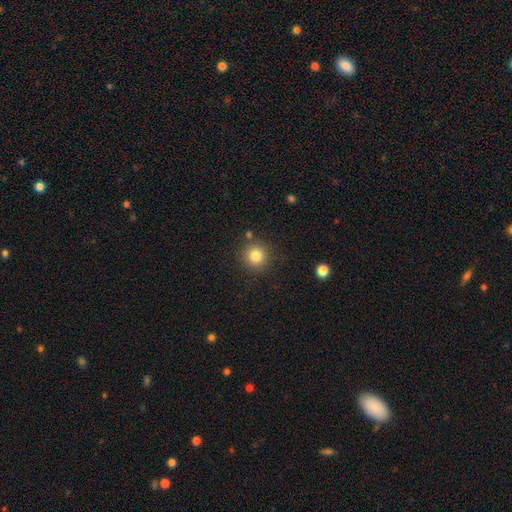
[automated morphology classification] Smooth or featured? smooth (82%)
How rounded? round (94%)
Merging? none (85%)